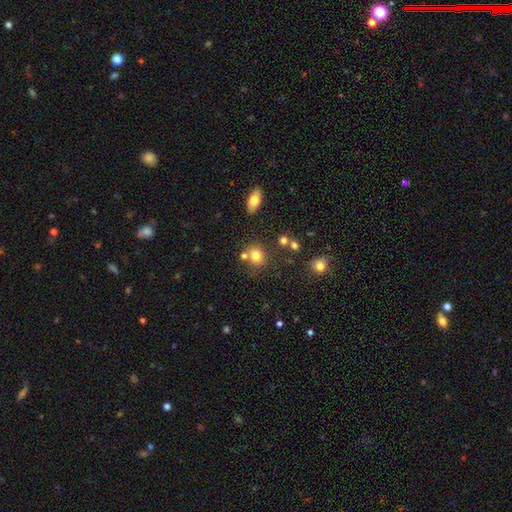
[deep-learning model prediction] smooth_or_featured: smooth (p=0.78) [alt: star or artifact p=0.13]
how_rounded: round (p=0.75) [alt: in between p=0.24]
merging: none (p=0.65) [alt: merger p=0.20]